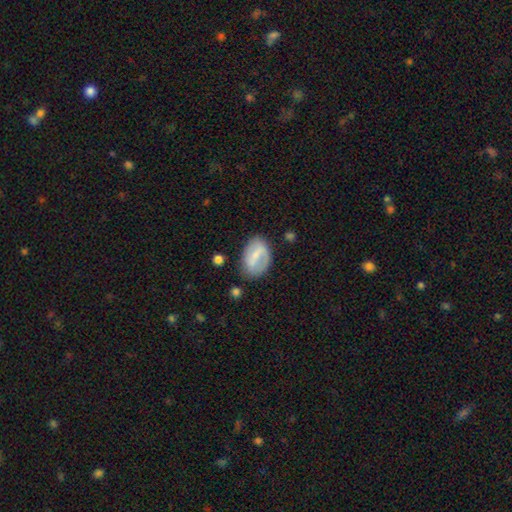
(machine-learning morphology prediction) smooth 47%, featured or disk 46%, star or artifact 7%. Down the decision tree: merging — none (69%).